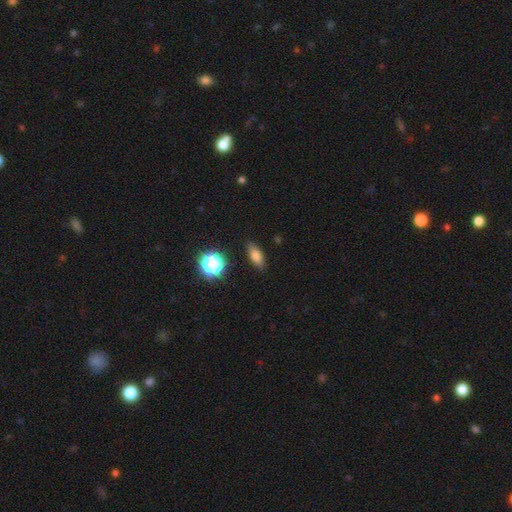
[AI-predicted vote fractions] Smooth or featured?
  - smooth: 76% *
  - star or artifact: 13%
  - featured or disk: 11%
How rounded?
  - in between: 72% *
  - cigar-shaped: 18%
  - round: 9%
Merging?
  - none: 87% *
  - minor disturbance: 9%
  - major disturbance: 2%
  - merger: 1%